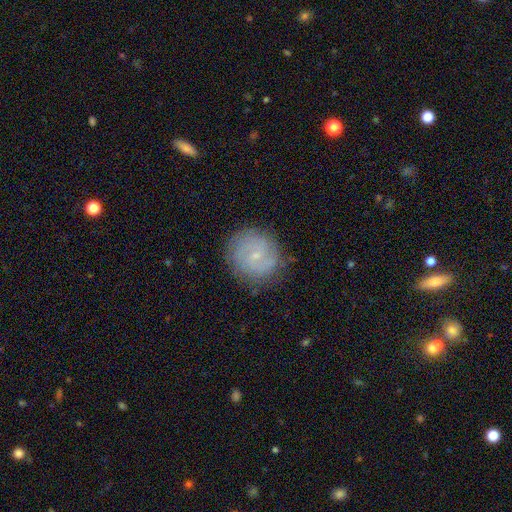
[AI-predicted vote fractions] Overall: featured or disk (65%; smooth 27%). Edge-on disk: no (98%). Bar: no (56%; weak 39%). Spiral arms: yes (88%). Spiral arm count: 2 (53%; can't tell 26%). Spiral winding: tight (51%; medium 37%). Bulge size: small (80%). Merging: none (82%).